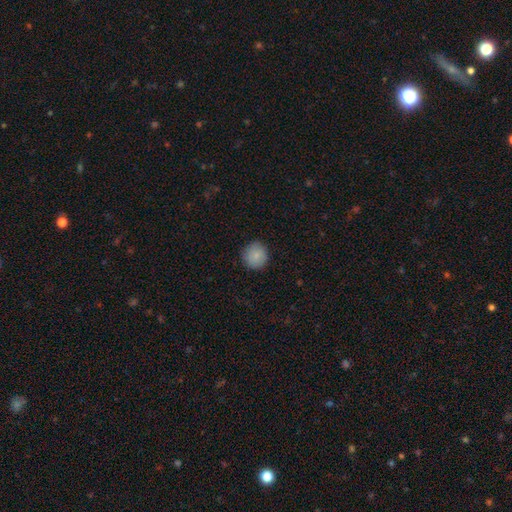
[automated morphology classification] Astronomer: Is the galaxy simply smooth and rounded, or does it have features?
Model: smooth — 87%.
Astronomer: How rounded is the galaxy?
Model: round — 93%.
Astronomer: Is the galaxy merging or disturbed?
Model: none — 88%.